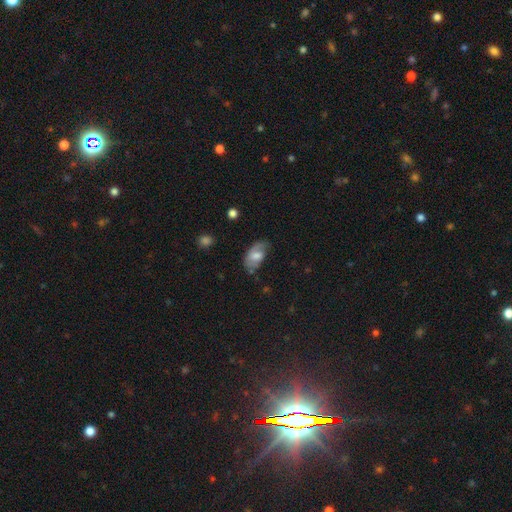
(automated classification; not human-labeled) smooth-or-featured: smooth: 57% | featured or disk: 35% | star or artifact: 8%
  how-rounded: in between: 92% | round: 5% | cigar-shaped: 3%
  merging: none: 49% | minor disturbance: 33% | major disturbance: 15% | merger: 3%